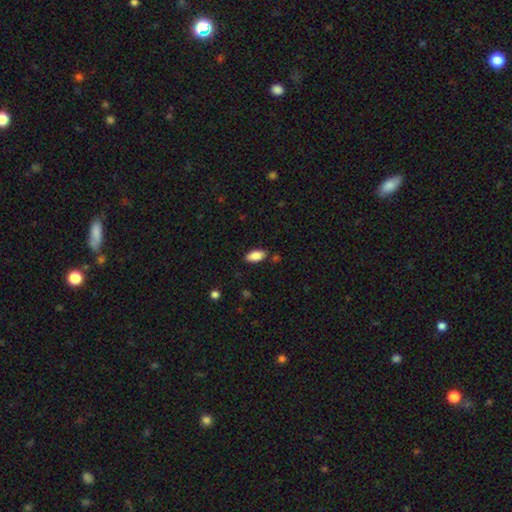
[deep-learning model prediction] A smooth galaxy with no disk features (85%) that is in between round and cigar-shaped (91%). Merging: none (85%).